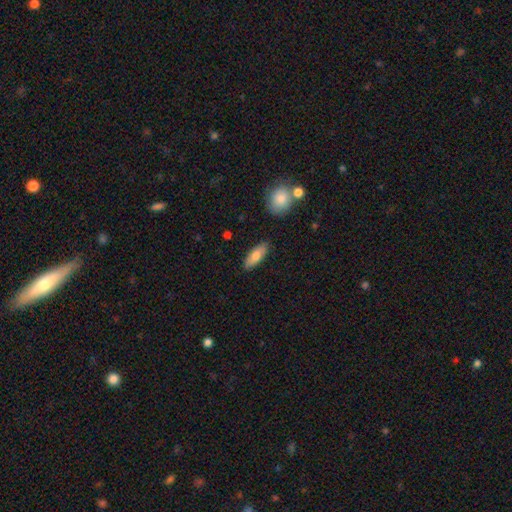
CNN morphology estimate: Smooth or featured: smooth — 79% (featured or disk — 15%)
How rounded: in between — 68% (cigar-shaped — 30%)
Merging: none — 86% (minor disturbance — 10%)